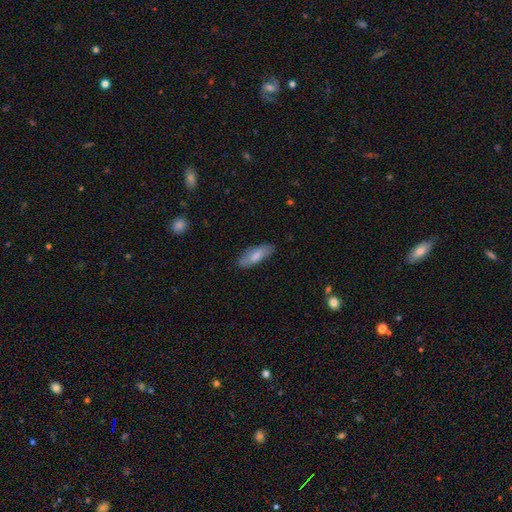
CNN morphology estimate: Q: Smooth or featured?
A: smooth (77%); runner-up: featured or disk (18%)
Q: How rounded?
A: in between (67%); runner-up: cigar-shaped (31%)
Q: Merging?
A: none (82%); runner-up: minor disturbance (14%)